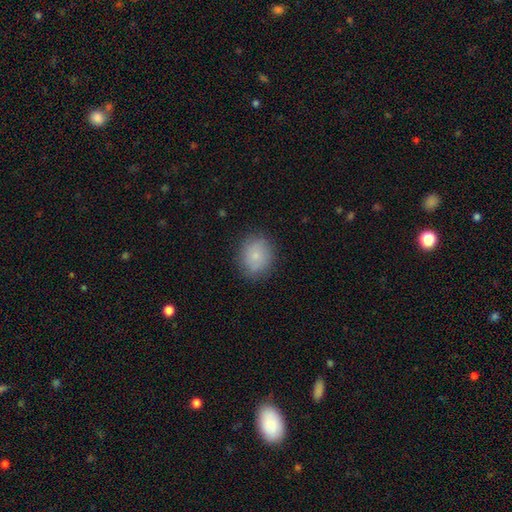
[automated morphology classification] smooth_or_featured: smooth (p=0.79) [alt: featured or disk p=0.13]
how_rounded: round (p=0.70) [alt: in between p=0.29]
merging: none (p=0.82) [alt: minor disturbance p=0.13]